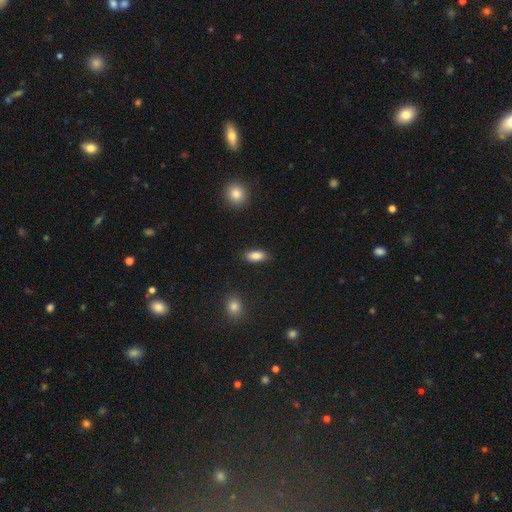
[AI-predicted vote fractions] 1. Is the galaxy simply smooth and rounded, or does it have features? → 86% smooth, 8% star or artifact, 6% featured or disk.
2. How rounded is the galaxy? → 86% in between, 11% cigar-shaped, 3% round.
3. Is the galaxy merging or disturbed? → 86% none, 10% minor disturbance, 2% major disturbance, 1% merger.